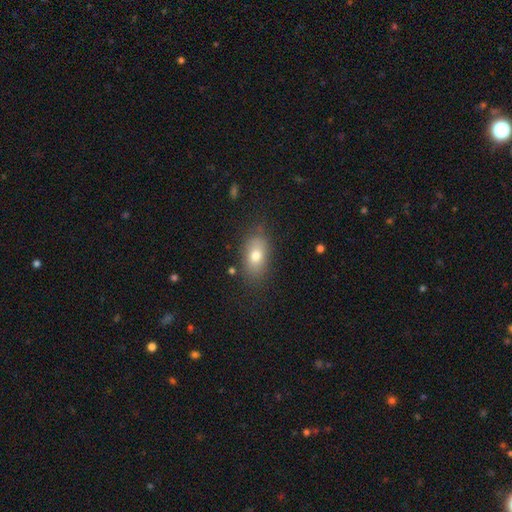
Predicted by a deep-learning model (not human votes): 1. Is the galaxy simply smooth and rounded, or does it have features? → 75% smooth, 16% featured or disk, 10% star or artifact.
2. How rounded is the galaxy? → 85% in between, 11% round, 4% cigar-shaped.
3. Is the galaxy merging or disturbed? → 78% none, 15% minor disturbance, 5% major disturbance, 2% merger.